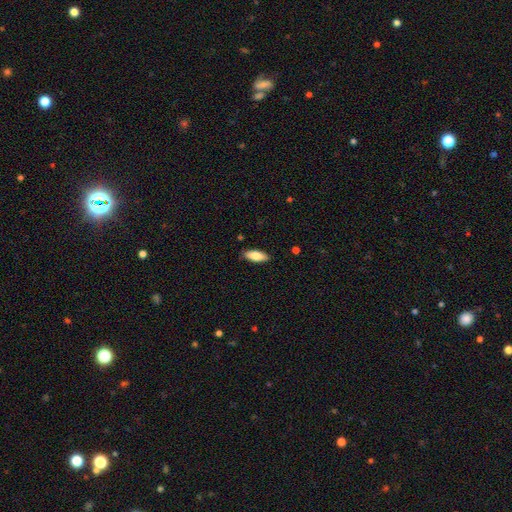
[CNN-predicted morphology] Smooth or featured: smooth — 79% (featured or disk — 15%)
How rounded: in between — 73% (cigar-shaped — 25%)
Merging: none — 87% (minor disturbance — 10%)